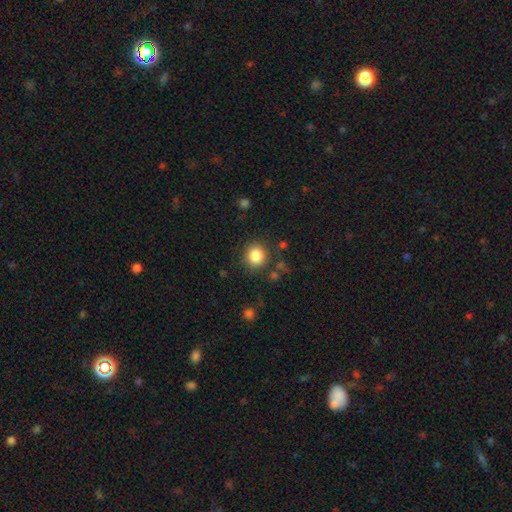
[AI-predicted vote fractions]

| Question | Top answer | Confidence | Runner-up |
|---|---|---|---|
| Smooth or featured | smooth | 85% | star or artifact (10%) |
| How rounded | round | 89% | in between (10%) |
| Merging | none | 86% | minor disturbance (8%) |